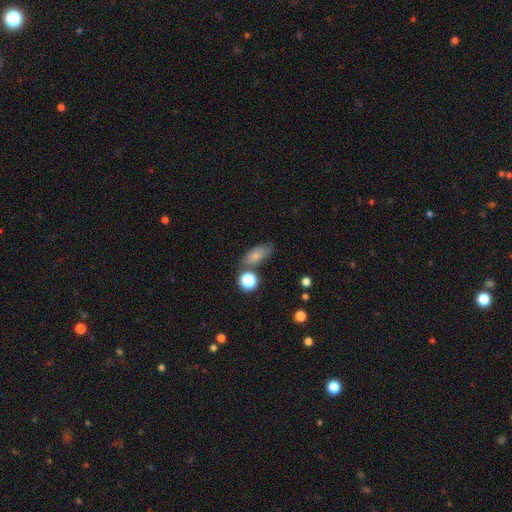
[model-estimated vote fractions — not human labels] Smooth or featured: smooth — 76% (featured or disk — 13%)
How rounded: in between — 81% (round — 11%)
Merging: none — 63% (minor disturbance — 19%)